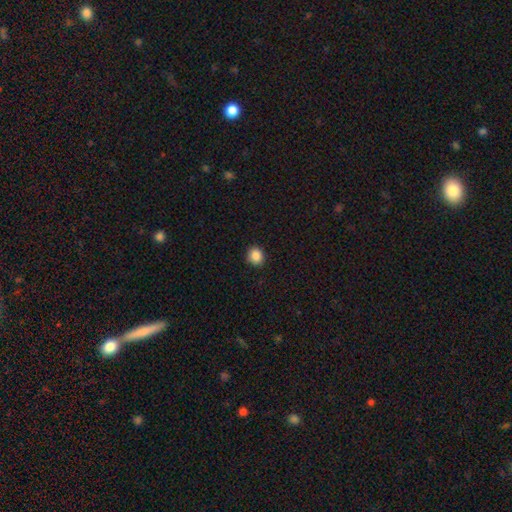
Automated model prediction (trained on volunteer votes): Smooth or featured: smooth — 88% (star or artifact — 9%)
How rounded: round — 81% (in between — 18%)
Merging: none — 91% (minor disturbance — 7%)